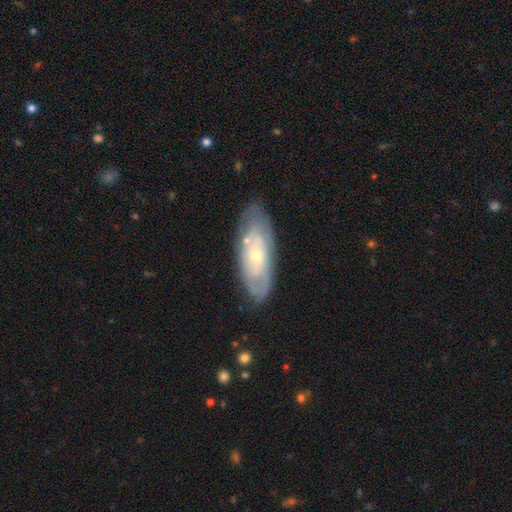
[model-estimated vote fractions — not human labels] This appears to be a featured or disk galaxy (67%) with no bar (81%), spiral arms (57%) and a small central bulge (54%). Merging: none (73%).